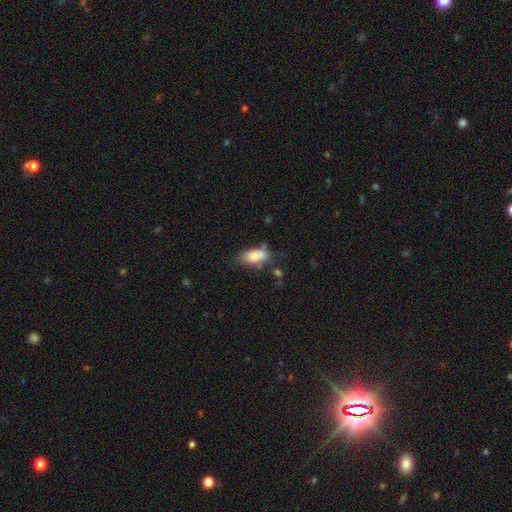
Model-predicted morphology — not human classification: smooth_or_featured: smooth (p=0.78) [alt: featured or disk p=0.13]
how_rounded: in between (p=0.88) [alt: cigar-shaped p=0.08]
merging: none (p=0.42) [alt: minor disturbance p=0.29]